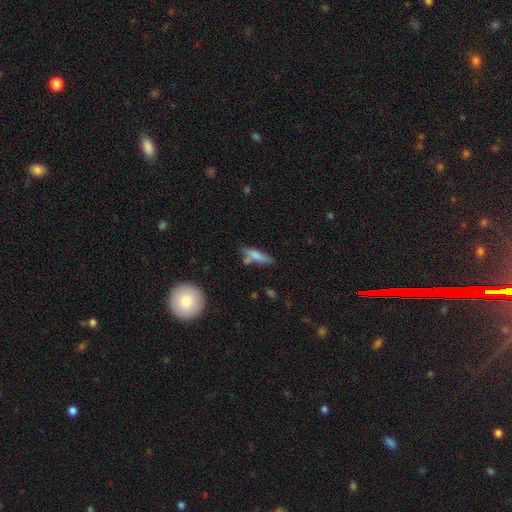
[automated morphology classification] Overall: smooth (72%). How rounded: cigar-shaped (60%; in between 38%). Merging: none (58%; minor disturbance 22%).